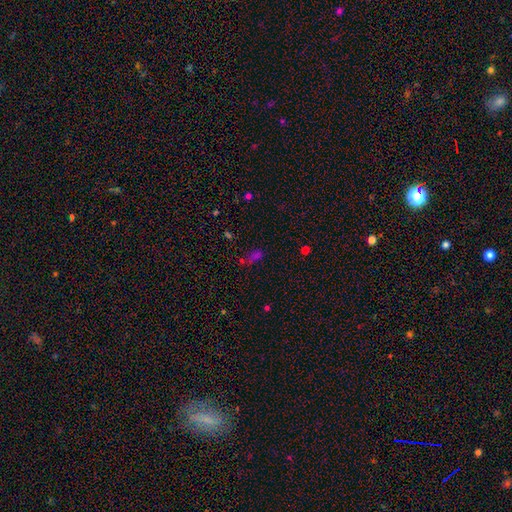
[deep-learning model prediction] smooth_or_featured: smooth (p=0.55) [alt: star or artifact p=0.37]
how_rounded: in between (p=0.75) [alt: round p=0.16]
merging: none (p=0.49) [alt: merger p=0.19]